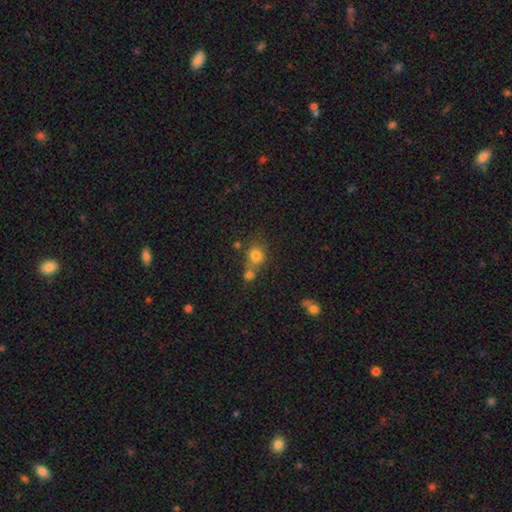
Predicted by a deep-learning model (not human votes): Smooth or featured? smooth (78%)
How rounded? round (81%)
Merging? none (48%)